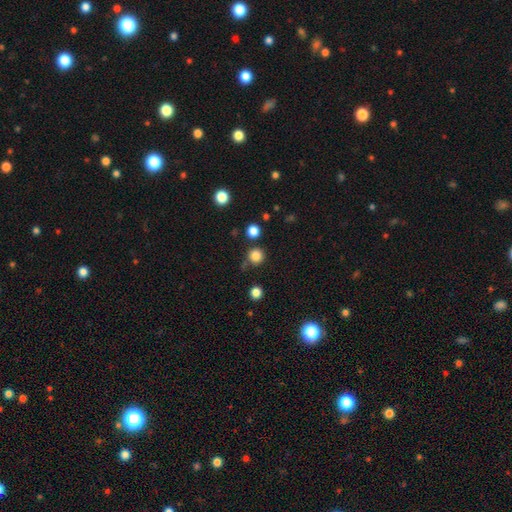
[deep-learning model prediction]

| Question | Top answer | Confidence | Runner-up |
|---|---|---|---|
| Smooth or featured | smooth | 83% | star or artifact (13%) |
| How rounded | round | 94% | in between (5%) |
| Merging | none | 81% | minor disturbance (9%) |